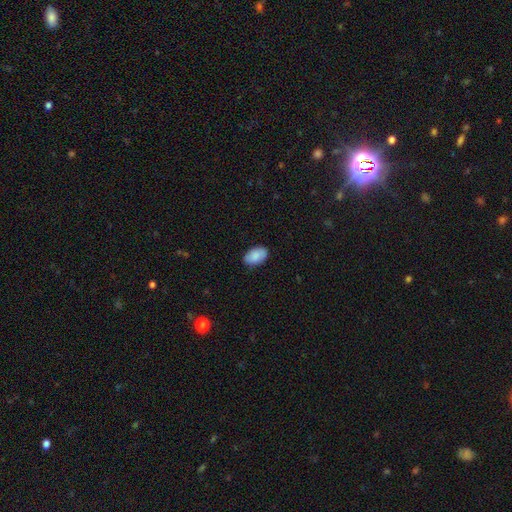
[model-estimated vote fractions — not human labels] Q: Smooth or featured?
A: smooth (86%); runner-up: featured or disk (8%)
Q: How rounded?
A: in between (92%); runner-up: round (6%)
Q: Merging?
A: none (86%); runner-up: minor disturbance (11%)